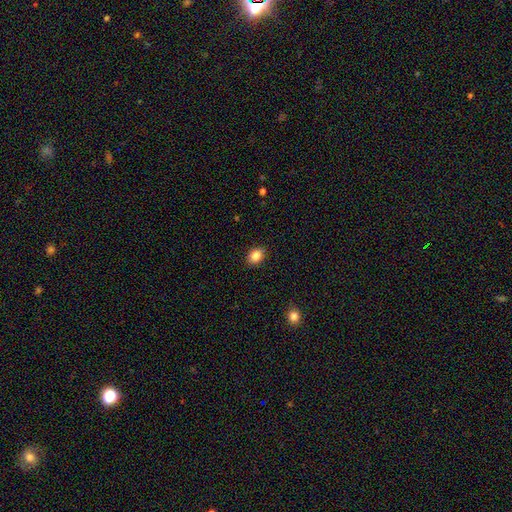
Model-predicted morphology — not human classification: smooth_or_featured: smooth (p=0.86) [alt: star or artifact p=0.09]
how_rounded: in between (p=0.67) [alt: round p=0.32]
merging: none (p=0.90) [alt: minor disturbance p=0.07]